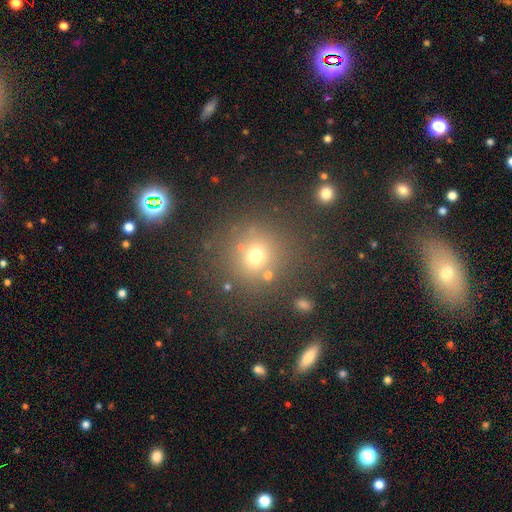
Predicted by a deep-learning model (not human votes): smooth-or-featured: smooth: 68% | star or artifact: 22% | featured or disk: 10%
  how-rounded: round: 89% | in between: 10% | cigar-shaped: 1%
  merging: none: 79% | minor disturbance: 10% | merger: 7% | major disturbance: 4%